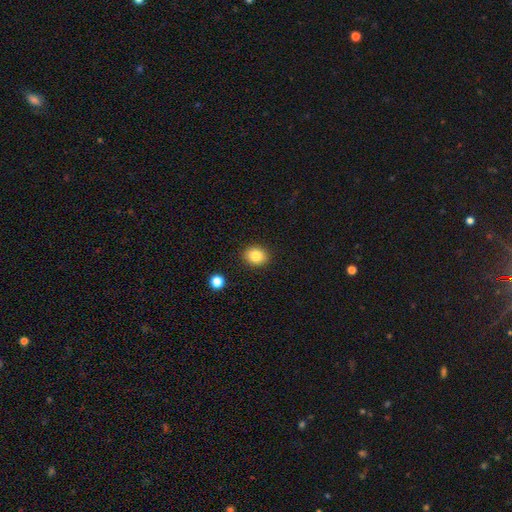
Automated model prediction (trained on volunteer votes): Smooth or featured? smooth (83%)
How rounded? round (59%)
Merging? none (90%)